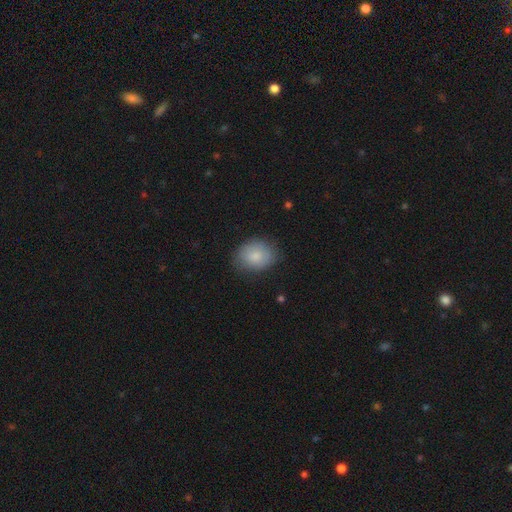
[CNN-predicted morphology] smooth_or_featured: smooth (p=0.82) [alt: featured or disk p=0.11]
how_rounded: in between (p=0.51) [alt: round p=0.48]
merging: none (p=0.78) [alt: minor disturbance p=0.17]